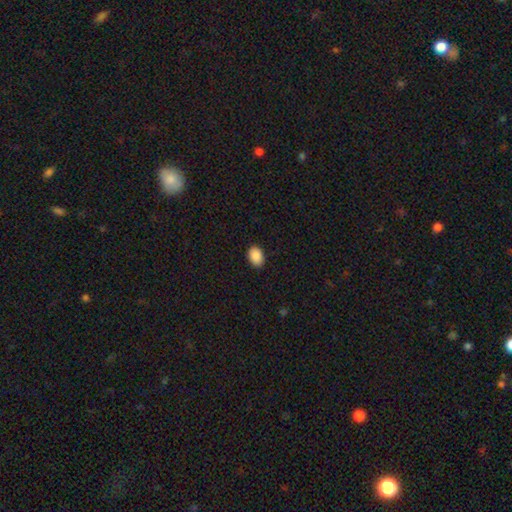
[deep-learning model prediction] This appears to be a smooth galaxy with no disk features (90%) that is in between round and cigar-shaped (82%). Merging: none (90%).